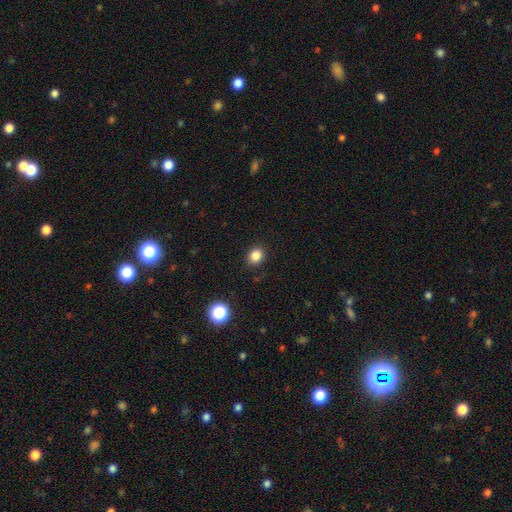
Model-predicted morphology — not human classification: smooth 84%, star or artifact 12%, featured or disk 4%. Down the decision tree: how rounded — round (59%); merging — none (89%).